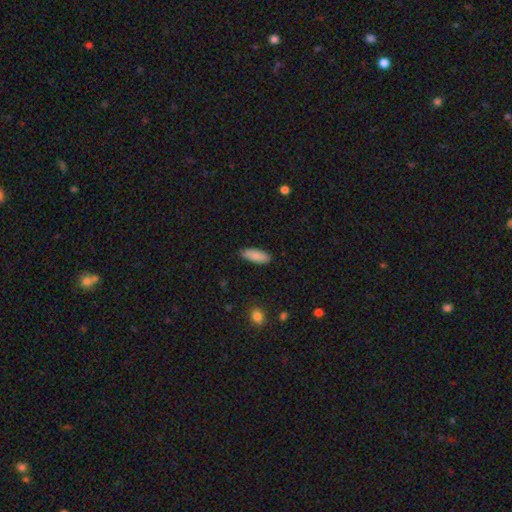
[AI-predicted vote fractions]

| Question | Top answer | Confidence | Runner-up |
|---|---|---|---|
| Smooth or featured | smooth | 89% | star or artifact (6%) |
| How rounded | in between | 71% | cigar-shaped (27%) |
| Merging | none | 85% | minor disturbance (12%) |